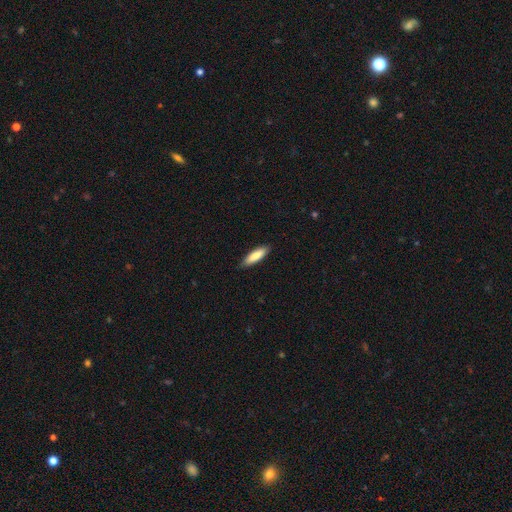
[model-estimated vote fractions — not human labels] Q: Smooth or featured?
A: smooth (84%); runner-up: featured or disk (11%)
Q: How rounded?
A: cigar-shaped (61%); runner-up: in between (37%)
Q: Merging?
A: none (86%); runner-up: minor disturbance (11%)